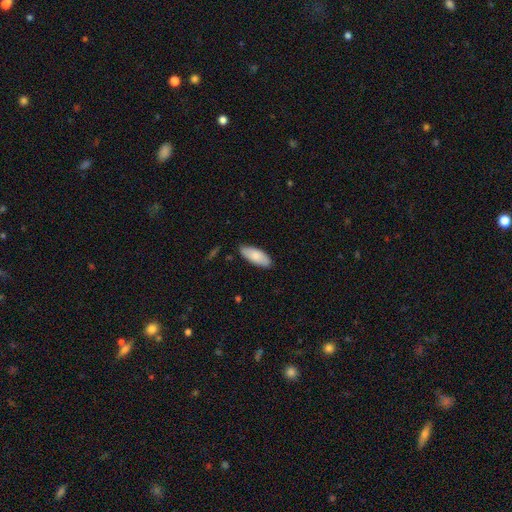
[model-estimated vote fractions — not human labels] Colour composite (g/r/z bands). It shows a smooth galaxy with no disk features (82%) that is in between round and cigar-shaped (82%). Merging: none (83%).